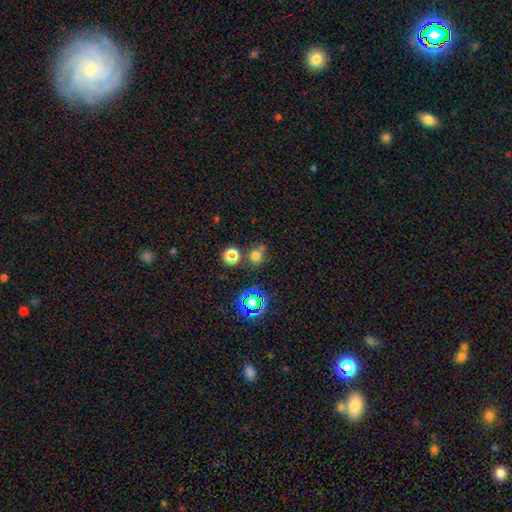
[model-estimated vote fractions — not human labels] Smooth or featured: smooth — 67% (star or artifact — 26%)
How rounded: round — 84% (in between — 14%)
Merging: none — 67% (merger — 17%)